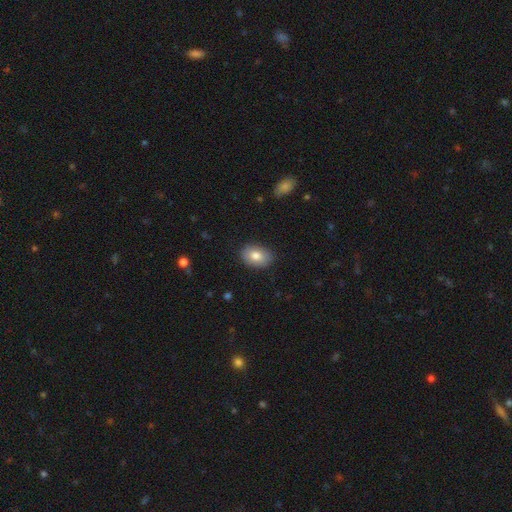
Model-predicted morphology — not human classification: This is likely a smooth galaxy (79%). How rounded: clearly in between (81%). Merging: clearly none (86%).